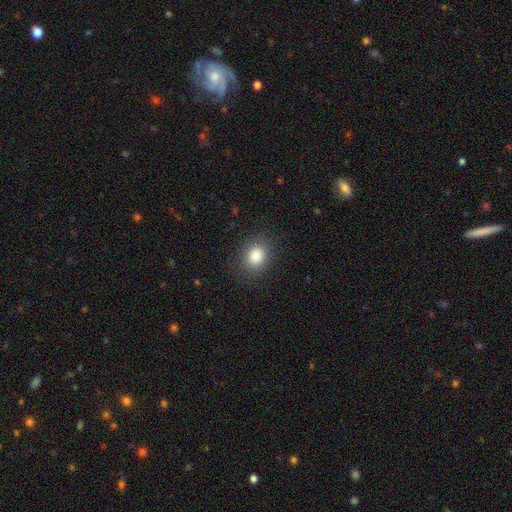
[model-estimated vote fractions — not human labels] Morphology: type=smooth (85%); roundness=round (51%); merging=none (85%).